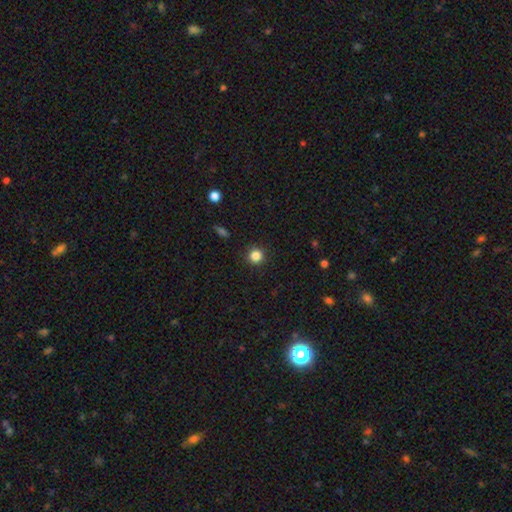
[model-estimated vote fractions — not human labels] Morphology: type=smooth (85%); roundness=round (94%); merging=none (91%).